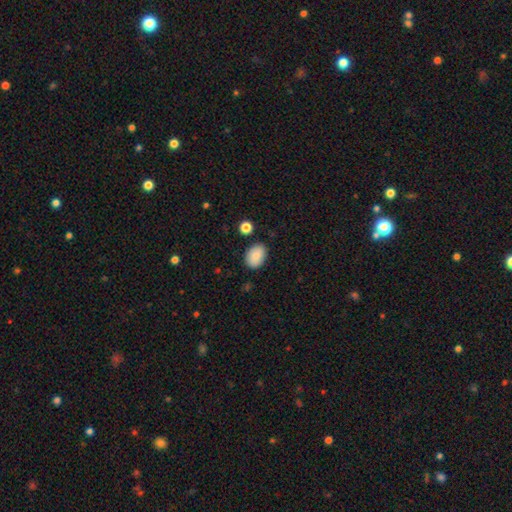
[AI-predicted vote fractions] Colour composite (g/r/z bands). It shows a smooth galaxy with no disk features (85%) that is in between round and cigar-shaped (78%). Merging: none (84%).